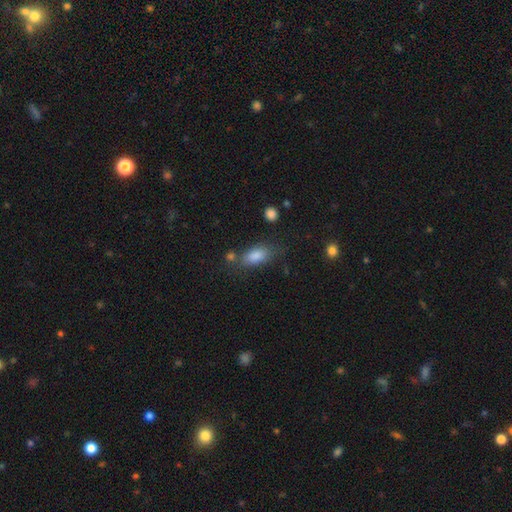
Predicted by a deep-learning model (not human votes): Smooth or featured? smooth (82%)
How rounded? in between (84%)
Merging? none (66%)